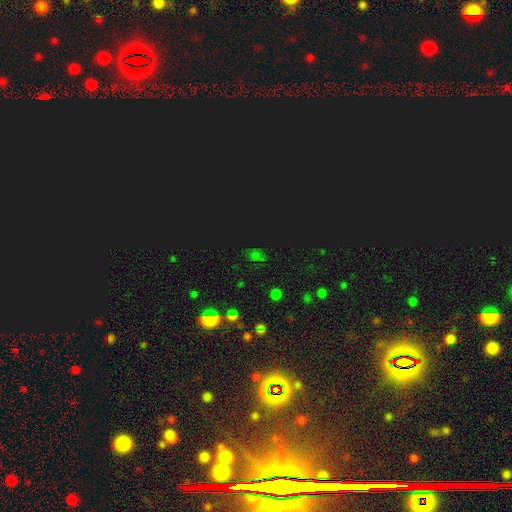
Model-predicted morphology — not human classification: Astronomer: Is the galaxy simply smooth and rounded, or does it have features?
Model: star or artifact — 61%.